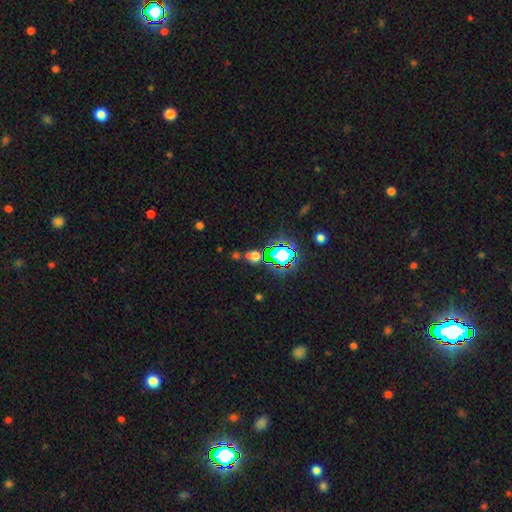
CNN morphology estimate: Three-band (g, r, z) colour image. It shows a star or artifact, not a galaxy (49%).